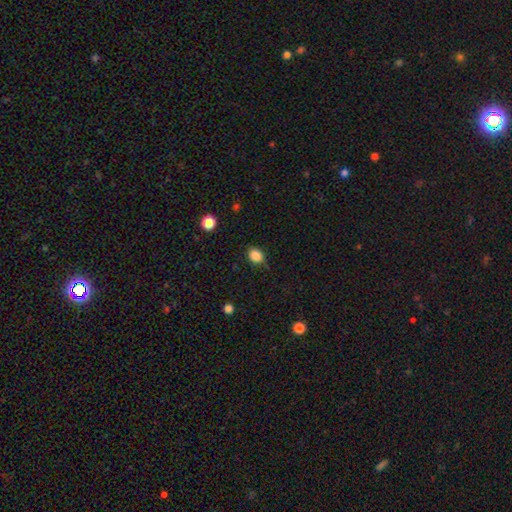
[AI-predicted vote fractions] Smooth or featured?
  - smooth: 86% *
  - star or artifact: 10%
  - featured or disk: 4%
How rounded?
  - in between: 52% *
  - round: 47%
  - cigar-shaped: 1%
Merging?
  - none: 84% *
  - minor disturbance: 12%
  - major disturbance: 3%
  - merger: 1%